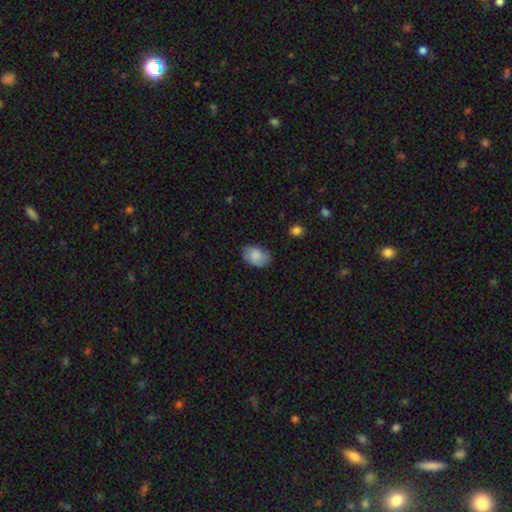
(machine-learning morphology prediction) Smooth or featured? Predicted: smooth (p=0.83). How rounded? Predicted: in between (p=0.85). Merging? Predicted: none (p=0.71).